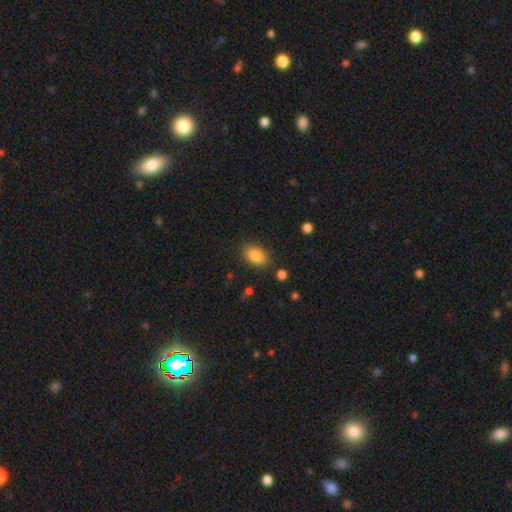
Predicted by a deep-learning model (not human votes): A smooth galaxy with no disk features (85%) that is in between round and cigar-shaped (87%).

Vote fractions:
- Smooth or featured? smooth: 85% / star or artifact: 8% / featured or disk: 7%
- How rounded? in between: 87% / round: 12% / cigar-shaped: 2%
- Merging? none: 83% / minor disturbance: 11% / major disturbance: 3% / merger: 2%